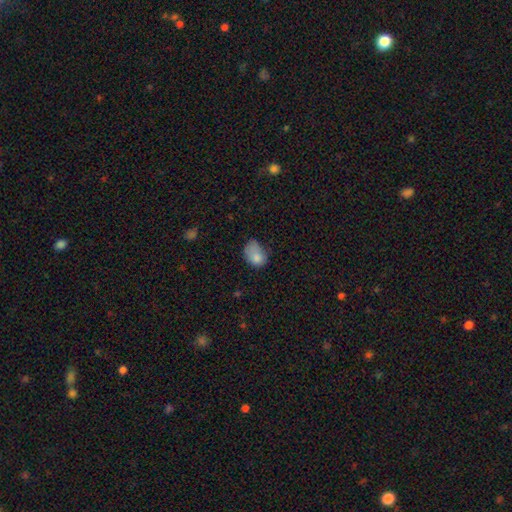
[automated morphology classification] This is likely a smooth galaxy (80%). How rounded: likely in between (71%). Merging: marginally minor disturbance (38%).